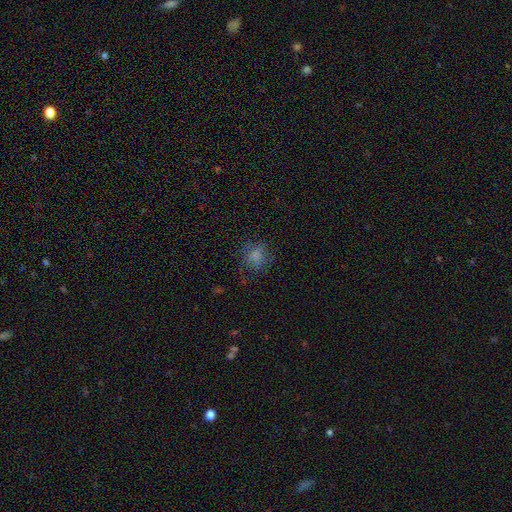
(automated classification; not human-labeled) Smooth or featured? smooth (72%)
How rounded? round (69%)
Merging? none (65%)